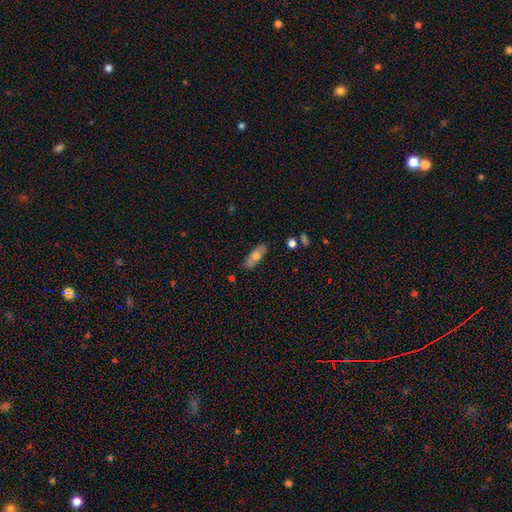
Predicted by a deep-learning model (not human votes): Smooth or featured? smooth (59%)
How rounded? in between (71%)
Merging? none (81%)